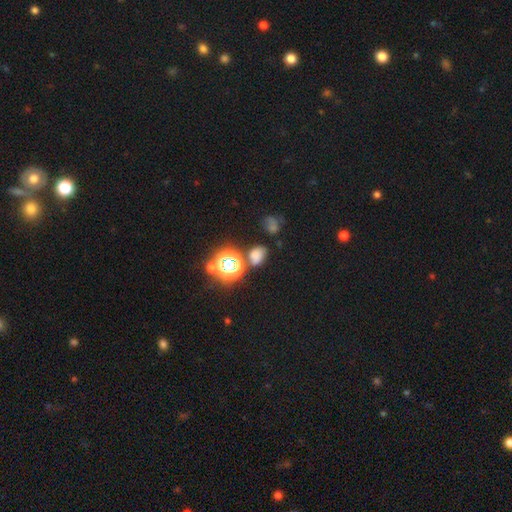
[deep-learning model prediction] Overall: smooth (61%; star or artifact 31%). How rounded: in between (63%; round 36%). Merging: none (64%).